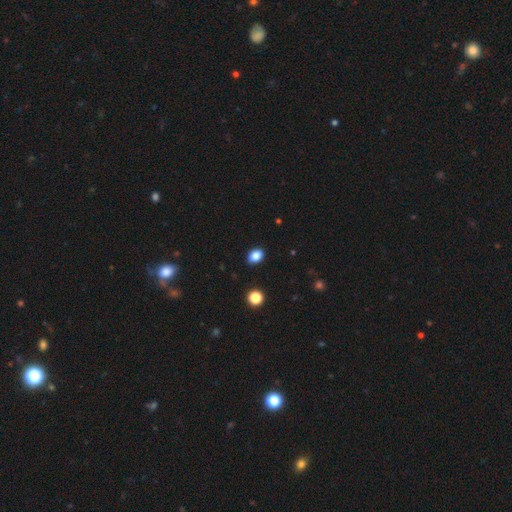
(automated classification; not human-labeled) Smooth or featured?
  - smooth: 86% *
  - star or artifact: 10%
  - featured or disk: 4%
How rounded?
  - in between: 70% *
  - round: 29%
  - cigar-shaped: 1%
Merging?
  - none: 89% *
  - minor disturbance: 8%
  - major disturbance: 2%
  - merger: 1%